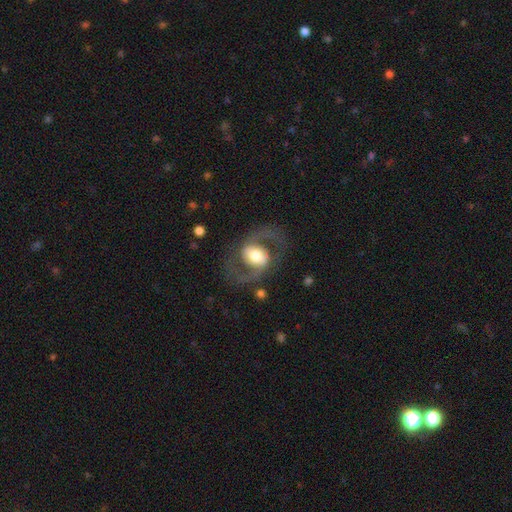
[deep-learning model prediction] Smooth or featured?
  - featured or disk: 82% *
  - smooth: 13%
  - star or artifact: 5%
Edge-on disk?
  - no: 97% *
  - yes: 3%
Bar?
  - no: 38% *
  - weak: 37%
  - strong: 25%
Spiral arms?
  - yes: 88% *
  - no: 12%
Spiral winding?
  - medium: 55% *
  - loose: 34%
  - tight: 11%
Spiral arm count?
  - 2: 93% *
  - can't tell: 2%
  - 1: 2%
  - 3: 1%
  - 4: 1%
  - more than 4: 1%
Bulge size?
  - moderate: 53% *
  - large: 33%
  - small: 7%
  - dominant: 5%
  - none: 1%
Merging?
  - none: 75% *
  - minor disturbance: 12%
  - major disturbance: 11%
  - merger: 2%